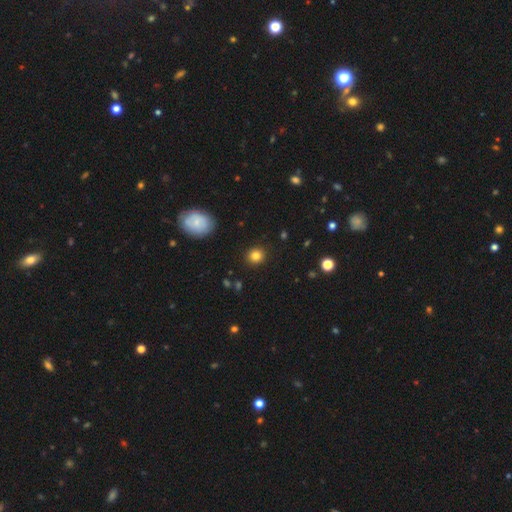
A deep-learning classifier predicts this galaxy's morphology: Overall: smooth (84%). How rounded: round (85%). Merging: none (91%).